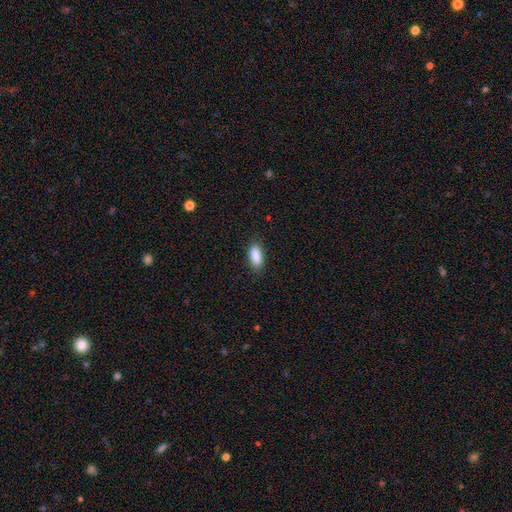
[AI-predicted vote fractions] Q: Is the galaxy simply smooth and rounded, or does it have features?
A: smooth — 89%.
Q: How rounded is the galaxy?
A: in between — 83%.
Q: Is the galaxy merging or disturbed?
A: none — 82%.